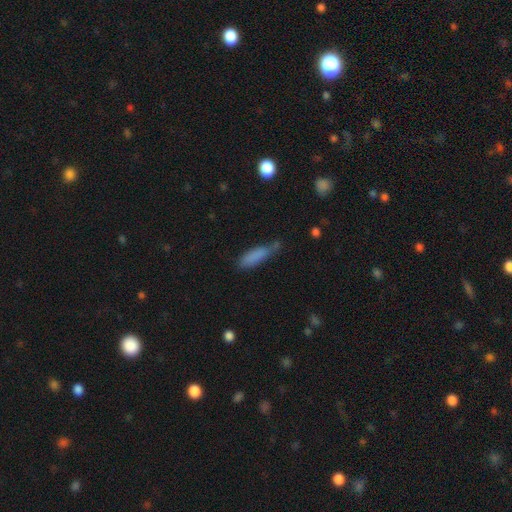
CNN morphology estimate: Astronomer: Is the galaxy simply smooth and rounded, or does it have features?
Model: smooth — 83%.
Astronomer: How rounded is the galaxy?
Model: cigar-shaped — 67%.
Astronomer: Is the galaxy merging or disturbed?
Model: none — 56%.